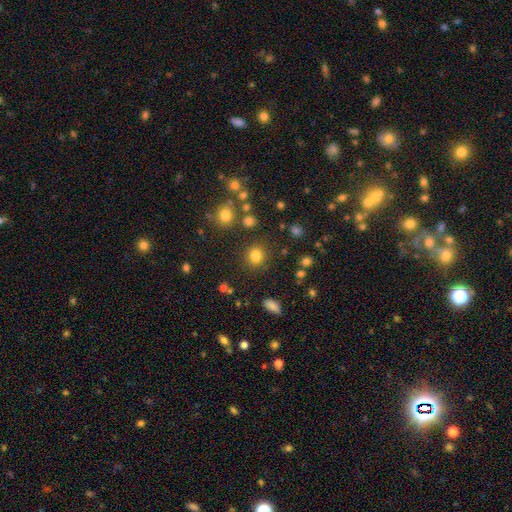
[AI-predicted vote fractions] Overall: smooth (81%). How rounded: round (85%). Merging: none (85%).